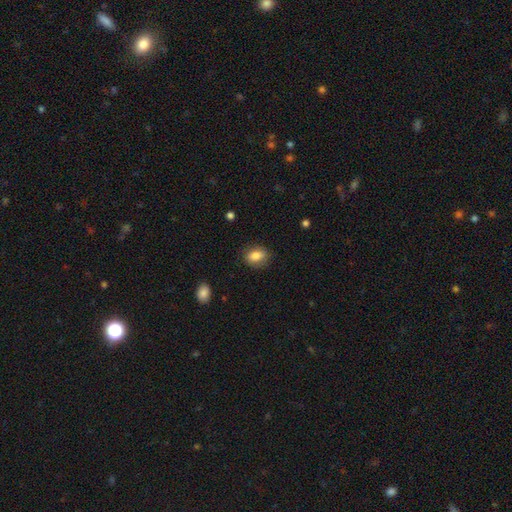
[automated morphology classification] The model was most divided on "how rounded": in between: 70%, round: 28%, cigar-shaped: 2%. More confident: smooth or featured — smooth (82%); merging — none (81%).